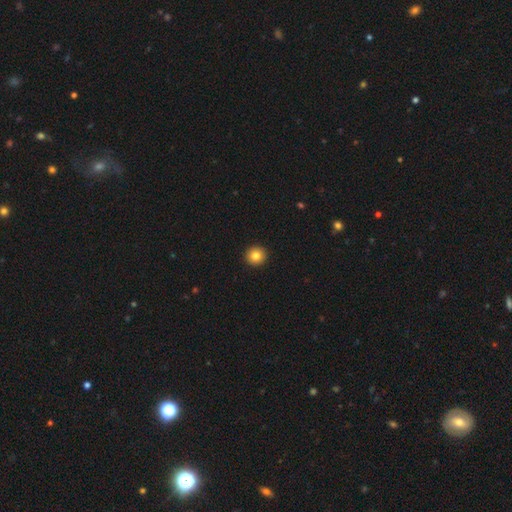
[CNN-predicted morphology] Q: Smooth or featured?
A: smooth (83%); runner-up: star or artifact (10%)
Q: How rounded?
A: round (94%); runner-up: in between (5%)
Q: Merging?
A: none (94%); runner-up: minor disturbance (4%)